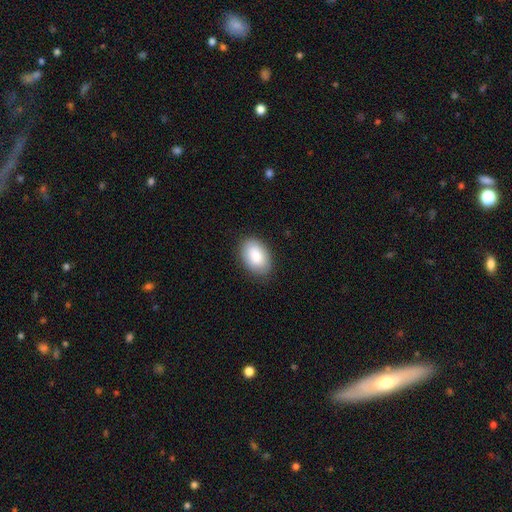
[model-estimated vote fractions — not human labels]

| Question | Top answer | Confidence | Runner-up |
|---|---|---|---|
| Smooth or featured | smooth | 86% | featured or disk (7%) |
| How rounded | in between | 89% | round (10%) |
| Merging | none | 85% | minor disturbance (11%) |